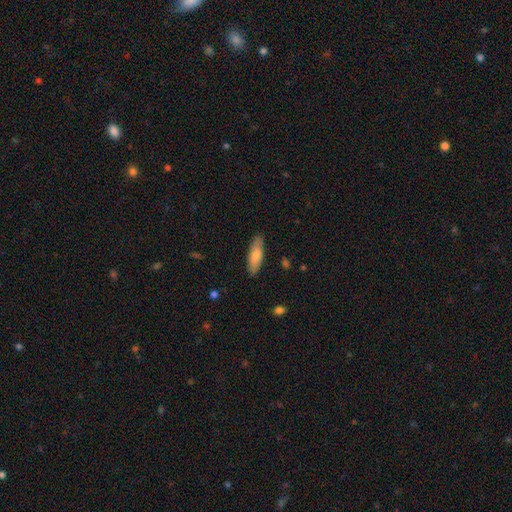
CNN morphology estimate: Smooth or featured? smooth (78%)
How rounded? cigar-shaped (50%)
Merging? none (86%)